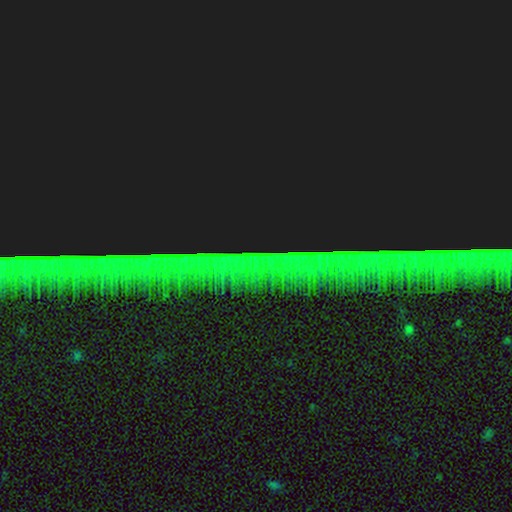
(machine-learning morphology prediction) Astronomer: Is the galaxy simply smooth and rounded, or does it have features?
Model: star or artifact — 83%.